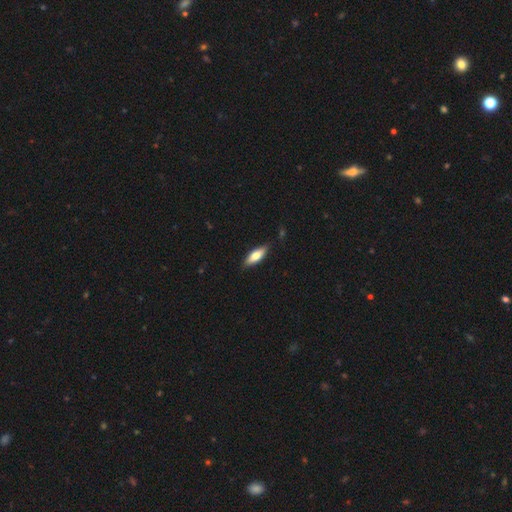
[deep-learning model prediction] Overall: smooth (71%). How rounded: in between (61%; cigar-shaped 37%). Merging: none (85%).